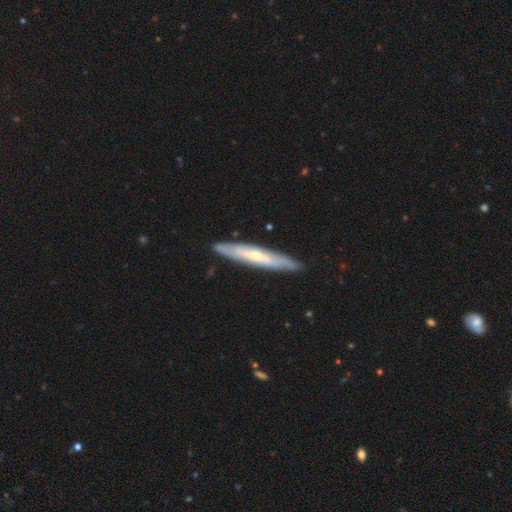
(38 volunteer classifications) Smooth or featured? featured or disk (82%)
Edge-on disk? yes (71%)
Edge-on bulge? rounded (68%)
Merging? none (92%)